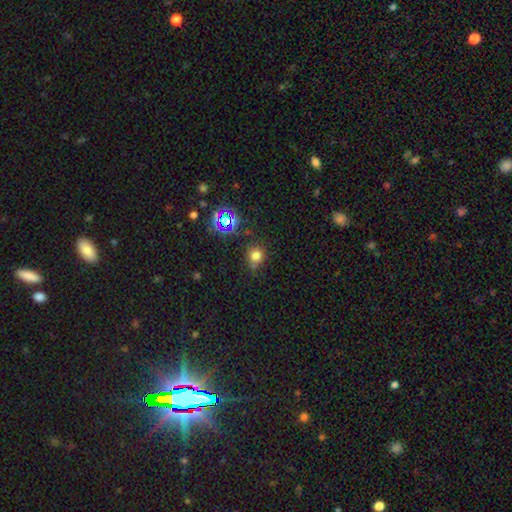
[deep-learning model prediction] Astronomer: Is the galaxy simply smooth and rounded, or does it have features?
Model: smooth — 70%.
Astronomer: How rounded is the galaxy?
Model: round — 85%.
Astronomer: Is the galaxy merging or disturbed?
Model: none — 69%.